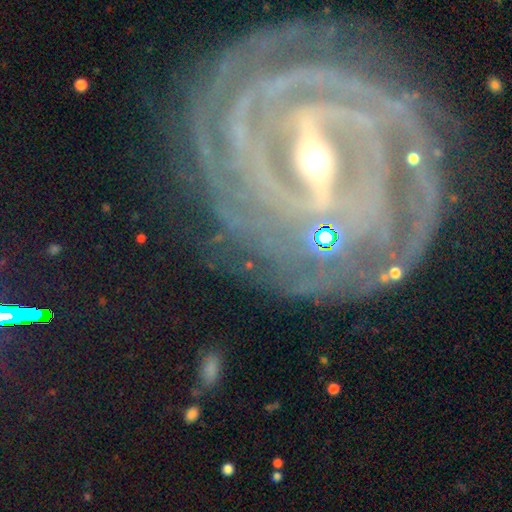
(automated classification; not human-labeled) featured or disk 90%, star or artifact 6%, smooth 4%. Down the decision tree: edge-on disk — no (94%); bar — strong (67%); spiral arms — yes (97%); spiral arm count — 4 (22%); spiral winding — tight (85%); bulge size — moderate (50%); merging — none (80%).